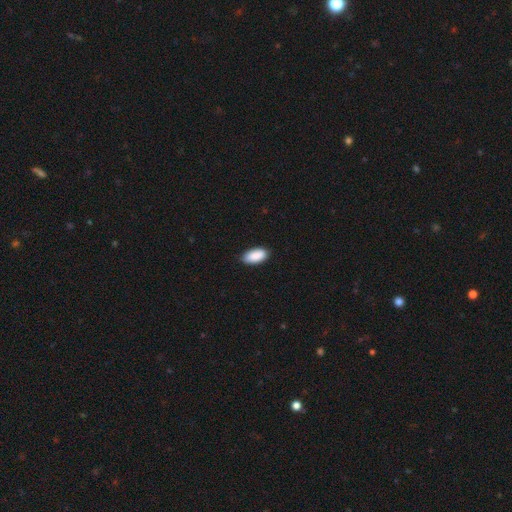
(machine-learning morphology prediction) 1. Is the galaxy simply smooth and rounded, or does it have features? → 91% smooth, 6% star or artifact, 3% featured or disk.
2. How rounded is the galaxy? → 94% in between, 4% cigar-shaped, 2% round.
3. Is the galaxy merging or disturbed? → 86% none, 11% minor disturbance, 2% major disturbance, 1% merger.